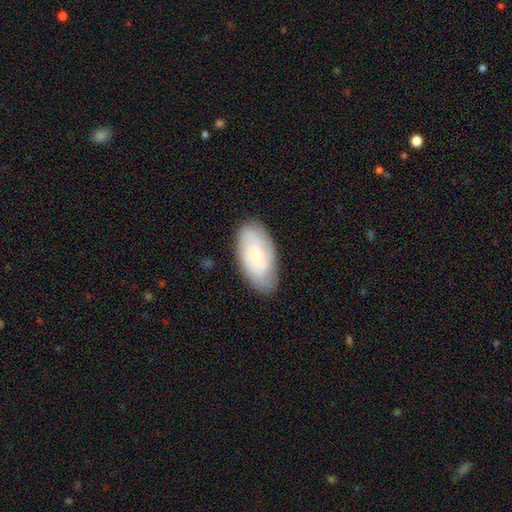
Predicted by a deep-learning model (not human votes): Overall: featured or disk (49%; smooth 44%). Merging: none (79%).